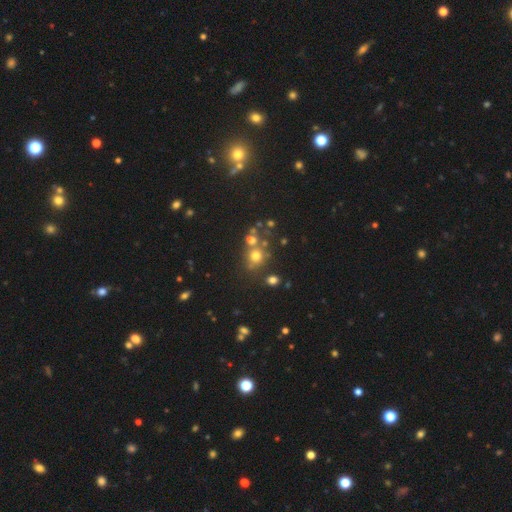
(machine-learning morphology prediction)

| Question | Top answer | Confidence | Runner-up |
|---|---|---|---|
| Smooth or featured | smooth | 61% | star or artifact (26%) |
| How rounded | round | 77% | in between (22%) |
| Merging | none | 55% | merger (29%) |